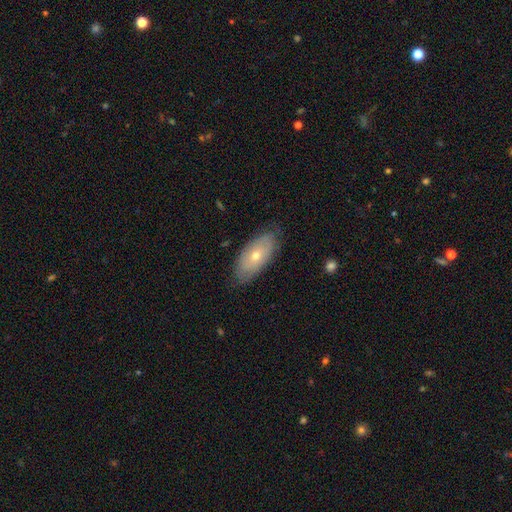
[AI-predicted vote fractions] smooth-or-featured: smooth: 52% | featured or disk: 41% | star or artifact: 7%
  how-rounded: in between: 89% | cigar-shaped: 7% | round: 3%
  merging: none: 79% | minor disturbance: 17% | major disturbance: 3% | merger: 1%